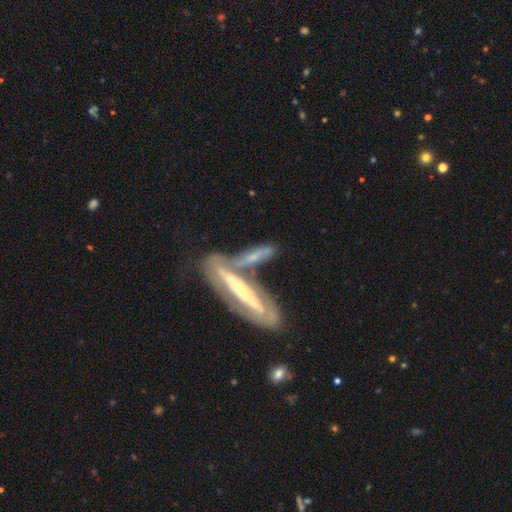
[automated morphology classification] featured or disk 63%, smooth 30%, star or artifact 7%. Down the decision tree: edge-on disk — yes (54%); merging — merger (51%).